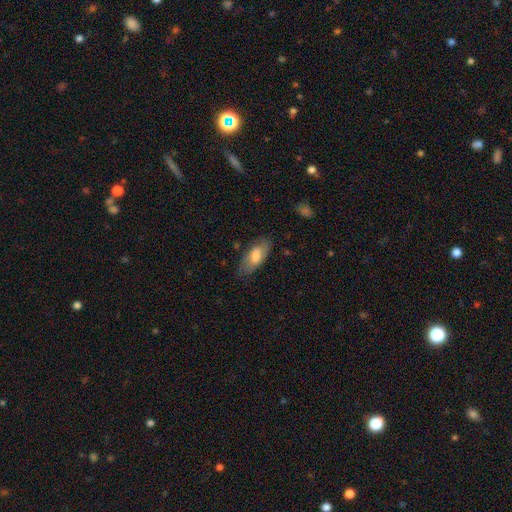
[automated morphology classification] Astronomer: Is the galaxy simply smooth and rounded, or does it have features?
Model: smooth — 70%.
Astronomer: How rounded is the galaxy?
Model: in between — 83%.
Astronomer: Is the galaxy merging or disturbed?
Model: none — 73%.